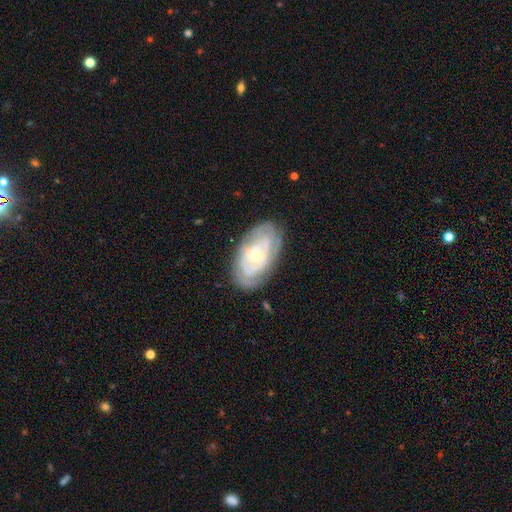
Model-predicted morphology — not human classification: This appears to be a featured or disk galaxy (73%) with no bar (58%), tight (66%) spiral arms (82%) and a small central bulge (64%). Merging: none (73%).